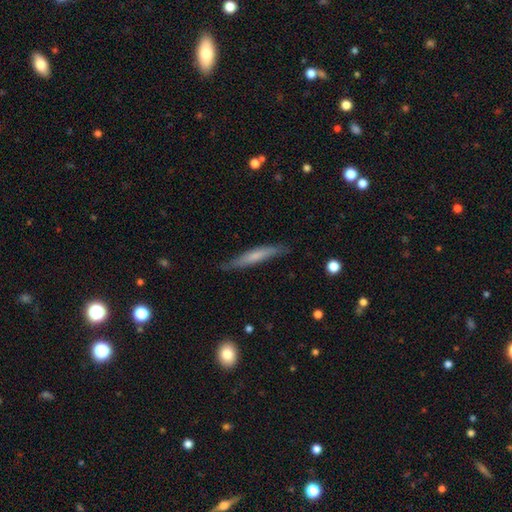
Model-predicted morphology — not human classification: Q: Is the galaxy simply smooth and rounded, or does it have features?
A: smooth — 57%.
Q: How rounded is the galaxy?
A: cigar-shaped — 93%.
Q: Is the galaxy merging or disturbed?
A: none — 80%.